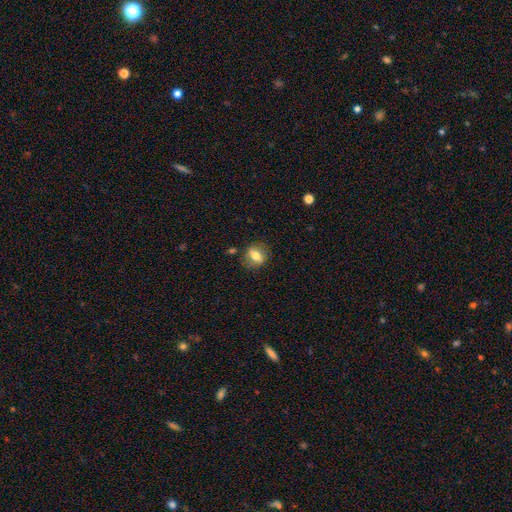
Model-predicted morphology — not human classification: smooth_or_featured: smooth (p=0.62) [alt: featured or disk p=0.29]
how_rounded: in between (p=0.55) [alt: round p=0.39]
merging: none (p=0.80) [alt: minor disturbance p=0.13]